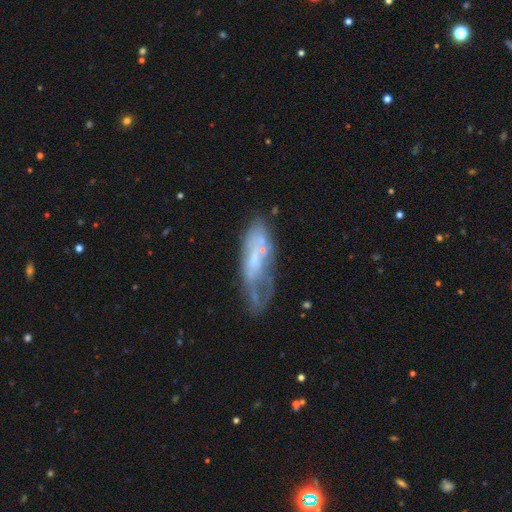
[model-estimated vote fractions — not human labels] Morphology: type=featured or disk (57%); edge-on=no (81%); merging=none (44%).